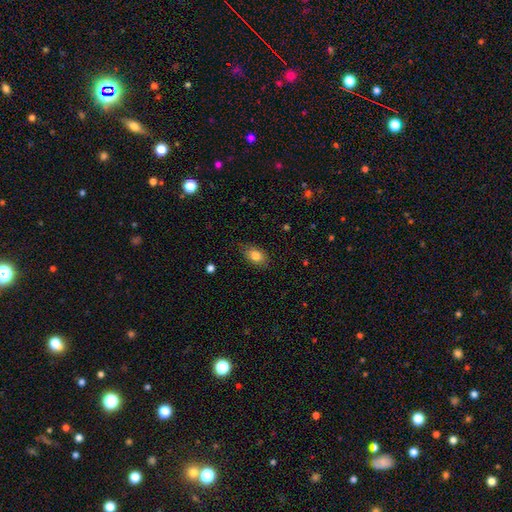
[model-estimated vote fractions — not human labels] Q: Smooth or featured?
A: smooth (82%); runner-up: featured or disk (9%)
Q: How rounded?
A: in between (84%); runner-up: round (14%)
Q: Merging?
A: none (78%); runner-up: minor disturbance (18%)